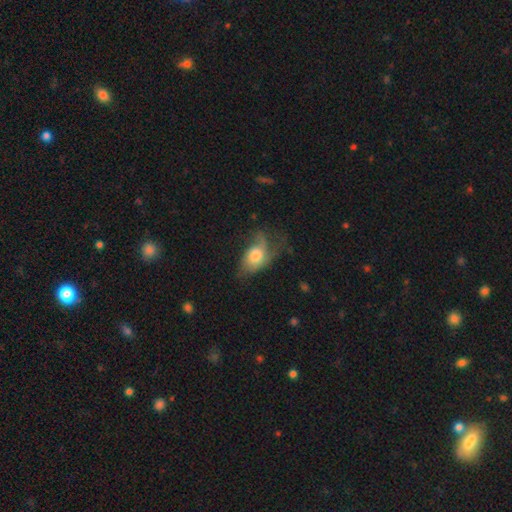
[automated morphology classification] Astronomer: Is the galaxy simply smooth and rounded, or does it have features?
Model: smooth — 54% (runner-up: featured or disk, 38%).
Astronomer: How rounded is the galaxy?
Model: in between — 85%.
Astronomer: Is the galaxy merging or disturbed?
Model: none — 35% (runner-up: major disturbance, 34%).